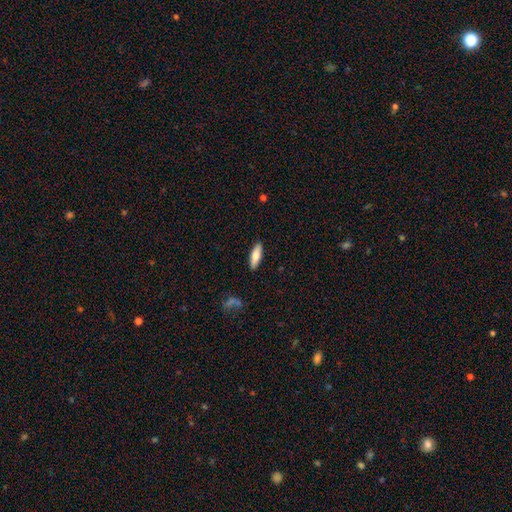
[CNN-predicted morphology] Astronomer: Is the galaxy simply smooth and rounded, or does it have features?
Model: smooth — 72%.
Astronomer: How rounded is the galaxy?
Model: in between — 51% (runner-up: cigar-shaped, 47%).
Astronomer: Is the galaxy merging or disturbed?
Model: none — 89%.